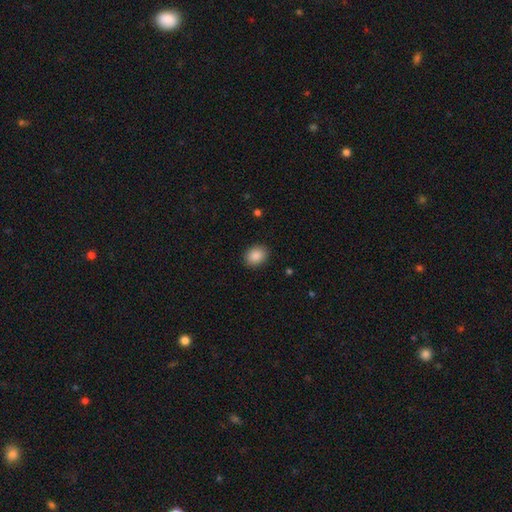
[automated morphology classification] Smooth or featured? smooth (88%)
How rounded? in between (58%)
Merging? none (89%)